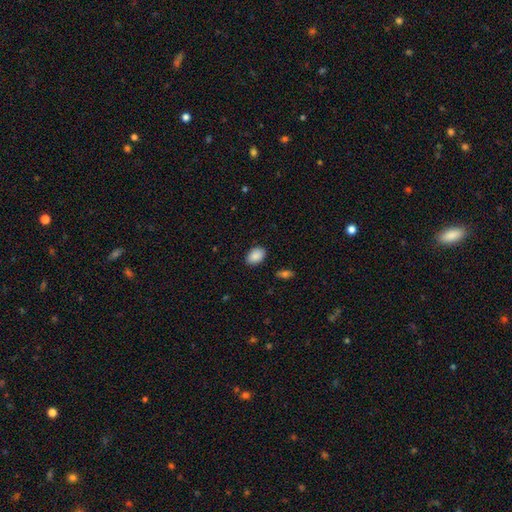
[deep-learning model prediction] Q: Smooth or featured?
A: smooth (89%); runner-up: star or artifact (7%)
Q: How rounded?
A: in between (84%); runner-up: round (15%)
Q: Merging?
A: none (87%); runner-up: minor disturbance (10%)